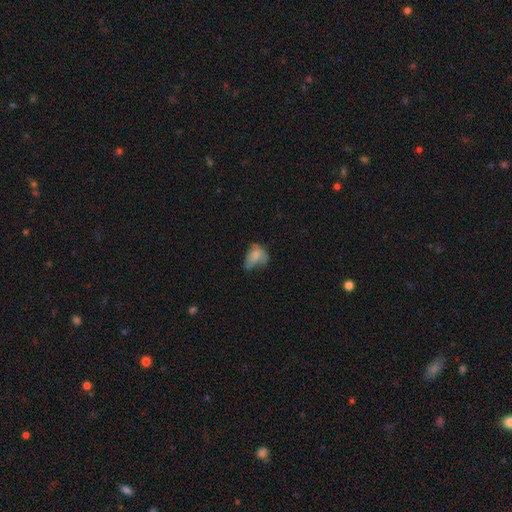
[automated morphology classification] type=smooth (67%); roundness=in between (75%); merging=major disturbance (37%).